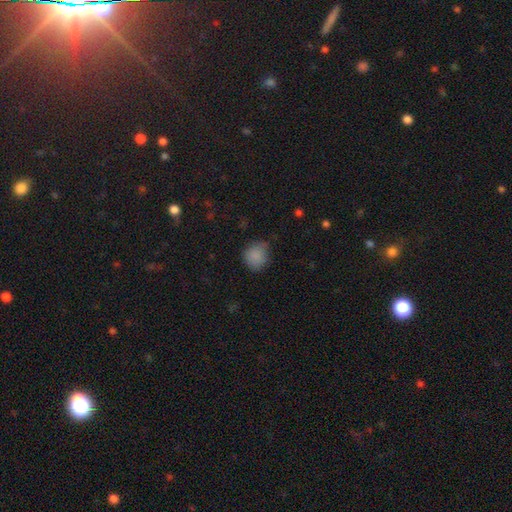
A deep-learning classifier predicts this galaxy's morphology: The model was most divided on "merging": none: 70%, minor disturbance: 24%, major disturbance: 5%, merger: 1%. More confident: smooth or featured — smooth (86%); how rounded — round (79%).